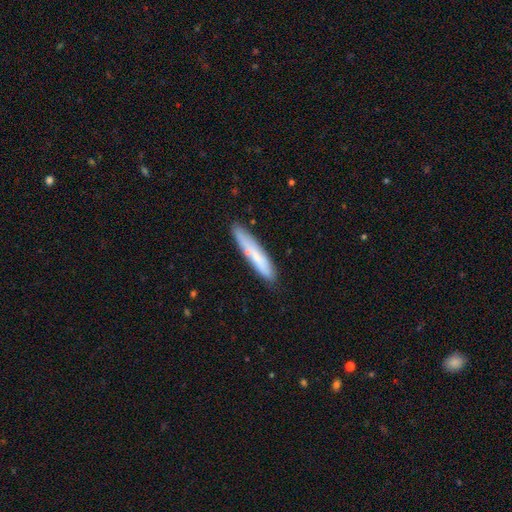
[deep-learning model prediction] Smooth or featured: smooth — 67% (featured or disk — 26%)
How rounded: cigar-shaped — 90% (in between — 9%)
Merging: none — 80% (minor disturbance — 14%)